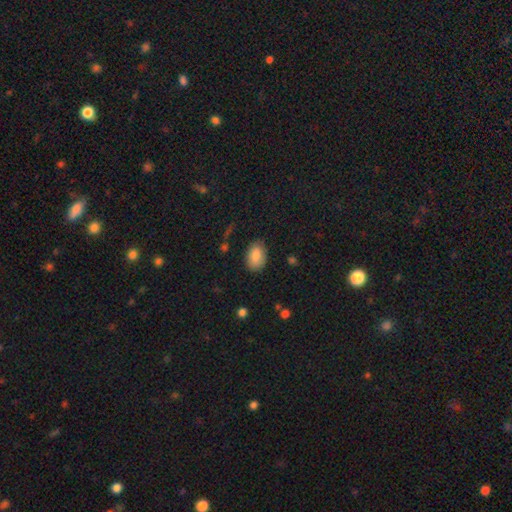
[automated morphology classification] A smooth galaxy with no disk features (84%) that is in between round and cigar-shaped (89%).

Vote fractions:
- Smooth or featured? smooth: 84% / featured or disk: 9% / star or artifact: 7%
- How rounded? in between: 89% / round: 9% / cigar-shaped: 1%
- Merging? none: 80% / minor disturbance: 15% / major disturbance: 3% / merger: 1%